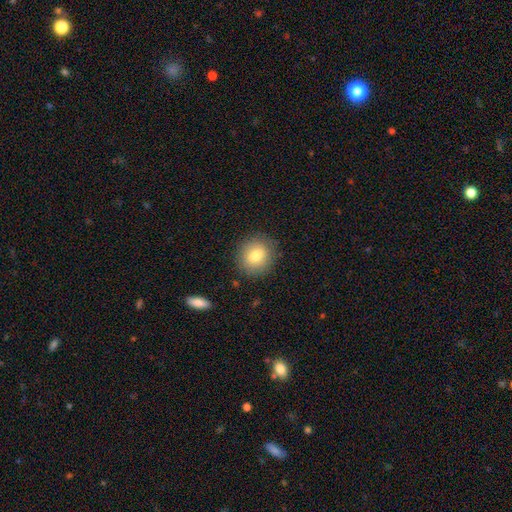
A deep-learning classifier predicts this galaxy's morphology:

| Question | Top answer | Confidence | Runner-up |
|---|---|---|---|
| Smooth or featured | smooth | 78% | featured or disk (13%) |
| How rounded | round | 82% | in between (17%) |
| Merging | none | 86% | minor disturbance (10%) |